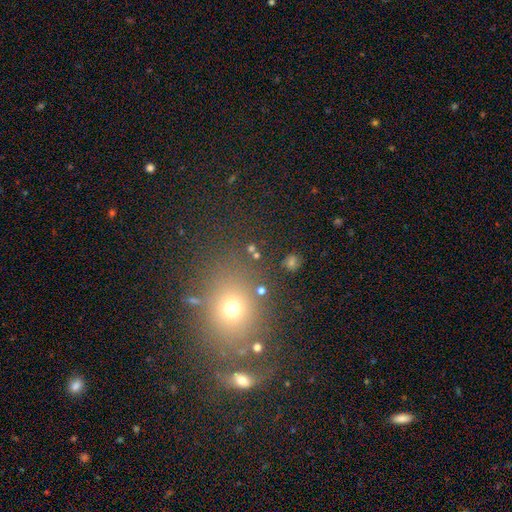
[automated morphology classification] A smooth galaxy with no disk features (57%) that is round (64%).

Vote fractions:
- Smooth or featured? smooth: 57% / star or artifact: 32% / featured or disk: 11%
- How rounded? round: 64% / in between: 33% / cigar-shaped: 2%
- Merging? none: 79% / minor disturbance: 10% / merger: 6% / major disturbance: 5%